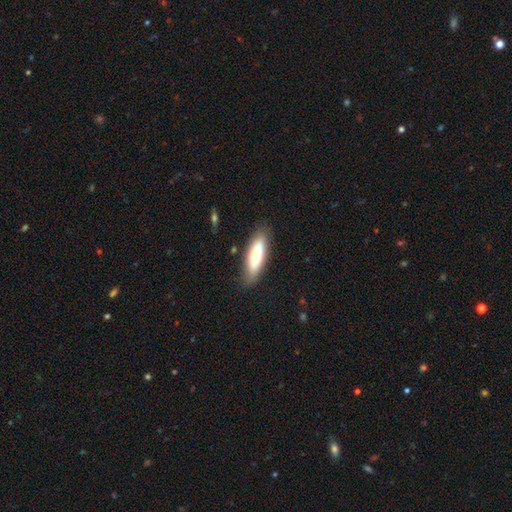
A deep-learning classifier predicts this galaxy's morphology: Q: Smooth or featured?
A: smooth (59%); runner-up: featured or disk (36%)
Q: How rounded?
A: in between (62%); runner-up: cigar-shaped (36%)
Q: Merging?
A: none (82%); runner-up: minor disturbance (13%)